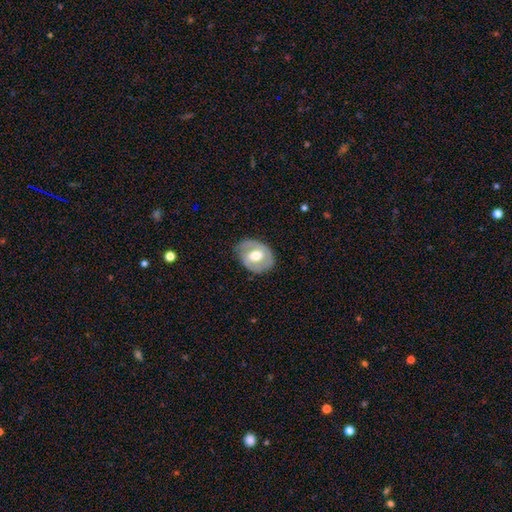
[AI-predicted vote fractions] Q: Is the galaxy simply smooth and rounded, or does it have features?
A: featured or disk — 50%.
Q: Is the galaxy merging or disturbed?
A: none — 75%.